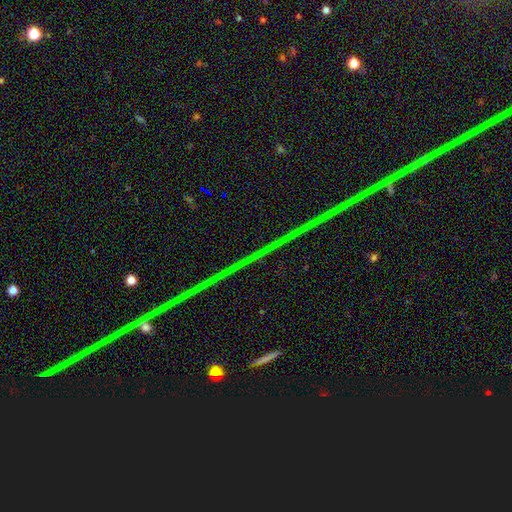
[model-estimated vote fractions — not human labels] The model was most divided on "smooth or featured": star or artifact: 86%, featured or disk: 8%, smooth: 6%.